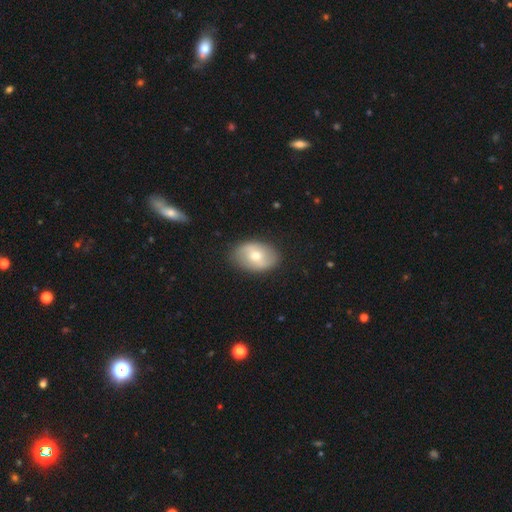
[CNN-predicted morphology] smooth-or-featured: smooth: 56% | featured or disk: 38% | star or artifact: 6%
  how-rounded: in between: 83% | round: 16% | cigar-shaped: 1%
  merging: none: 85% | minor disturbance: 11% | major disturbance: 3% | merger: 1%